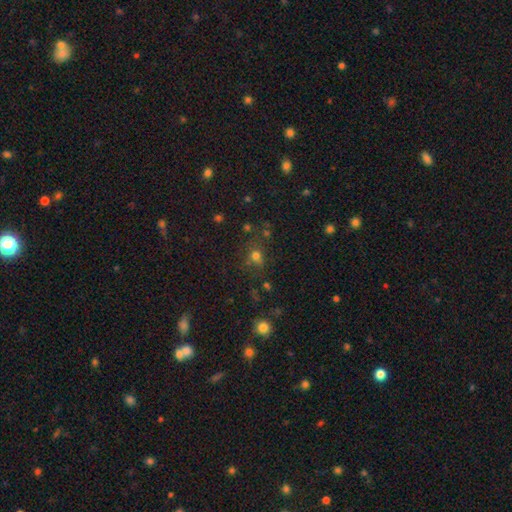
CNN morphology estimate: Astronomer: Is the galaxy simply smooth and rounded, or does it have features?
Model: smooth — 64%.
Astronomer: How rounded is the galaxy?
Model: round — 76%.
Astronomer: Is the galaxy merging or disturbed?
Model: none — 65%.